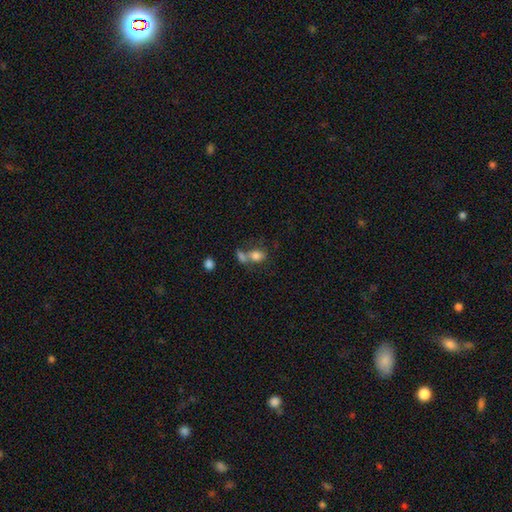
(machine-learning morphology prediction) smooth_or_featured: smooth (p=0.77) [alt: featured or disk p=0.12]
how_rounded: in between (p=0.69) [alt: round p=0.29]
merging: merger (p=0.46) [alt: none p=0.33]